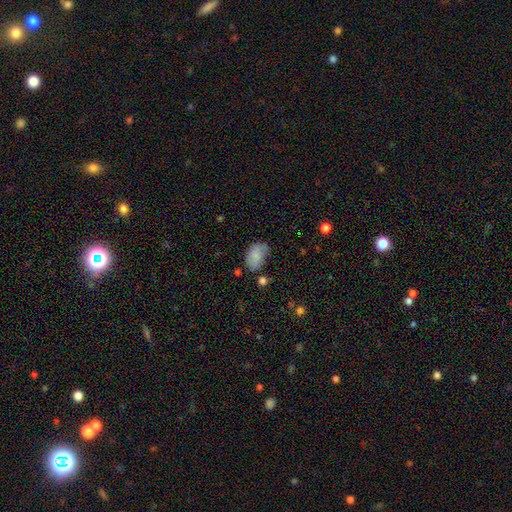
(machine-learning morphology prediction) smooth-or-featured: smooth: 78% | featured or disk: 14% | star or artifact: 8%
  how-rounded: in between: 87% | round: 12% | cigar-shaped: 1%
  merging: none: 52% | minor disturbance: 33% | major disturbance: 10% | merger: 4%